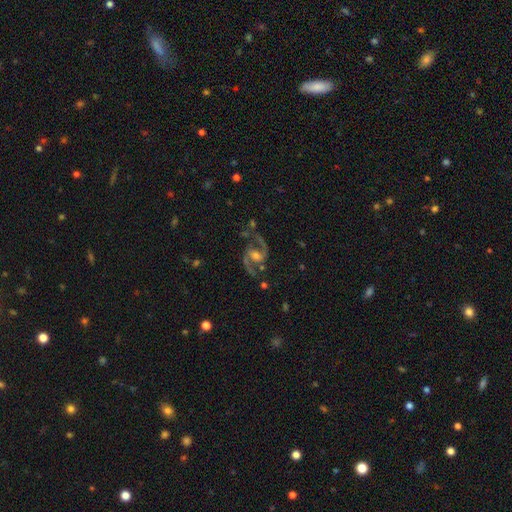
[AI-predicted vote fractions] Morphology: type=featured or disk (91%); edge-on=no (98%); bar=weak (46%); spiral arms=yes (98%); winding=medium (56%); arm count=2 (94%); bulge=moderate (54%); merging=none (71%).